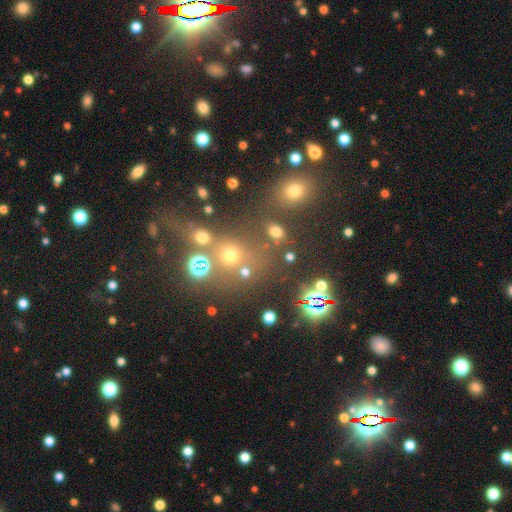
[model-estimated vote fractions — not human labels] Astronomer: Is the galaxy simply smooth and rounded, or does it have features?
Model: star or artifact — 49% (runner-up: smooth, 36%).